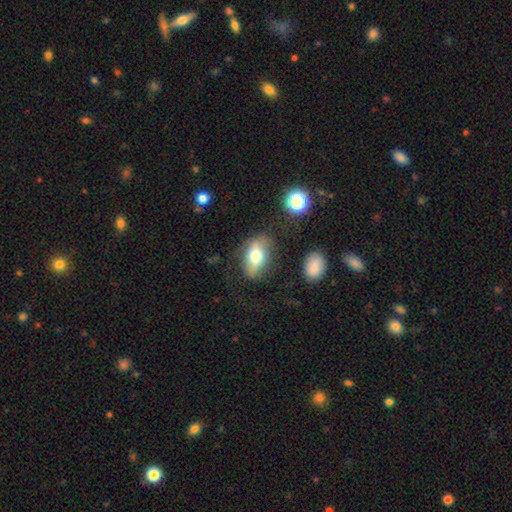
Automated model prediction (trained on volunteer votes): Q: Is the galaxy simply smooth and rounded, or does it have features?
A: smooth — 59%.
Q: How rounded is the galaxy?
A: in between — 81%.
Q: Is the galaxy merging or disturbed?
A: none — 69%.